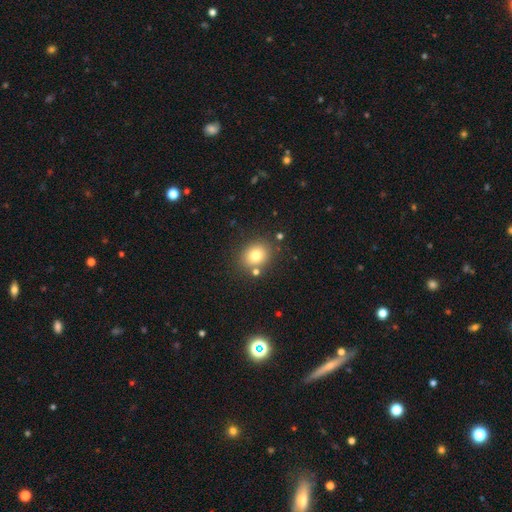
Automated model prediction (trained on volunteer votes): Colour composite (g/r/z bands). It shows a smooth galaxy with no disk features (77%) that is round (66%). Merging: none (79%).